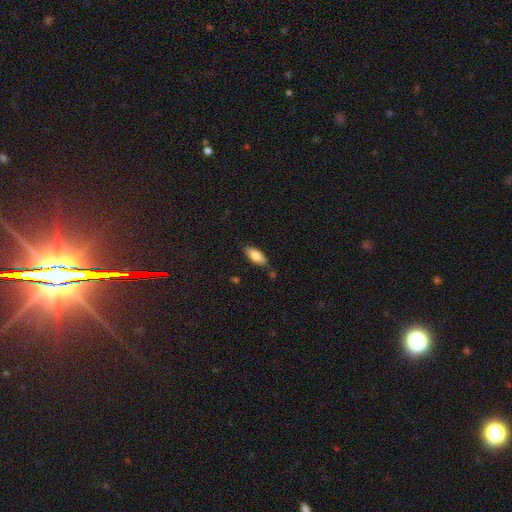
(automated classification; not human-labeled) Morphology: type=smooth (78%); roundness=in between (80%); merging=none (81%).